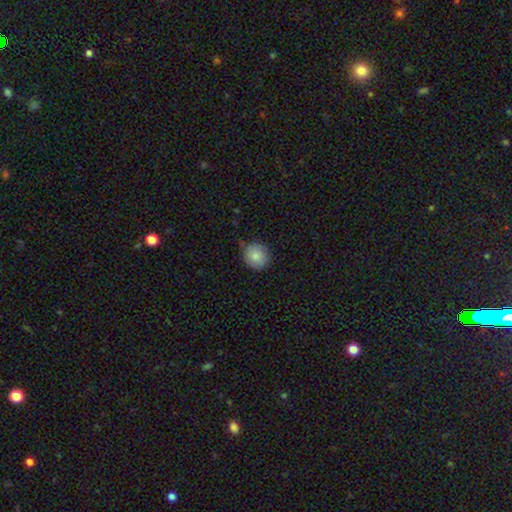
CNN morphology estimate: A smooth galaxy with no disk features (85%) that is round (88%).

Vote fractions:
- Smooth or featured? smooth: 85% / featured or disk: 8% / star or artifact: 8%
- How rounded? round: 88% / in between: 11% / cigar-shaped: 1%
- Merging? none: 82% / minor disturbance: 14% / major disturbance: 2% / merger: 1%